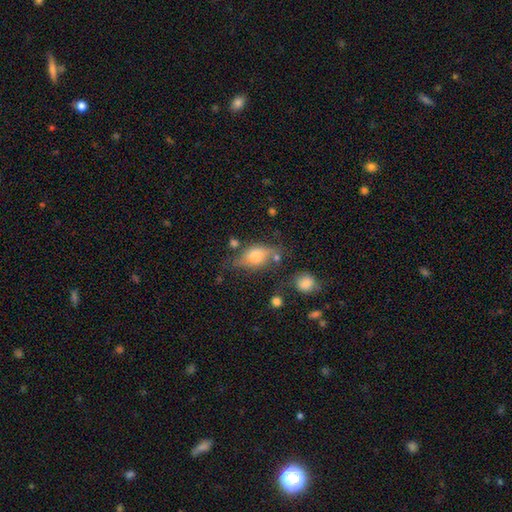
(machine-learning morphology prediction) smooth 56%, featured or disk 34%, star or artifact 10%. Down the decision tree: how rounded — in between (75%); merging — none (58%).